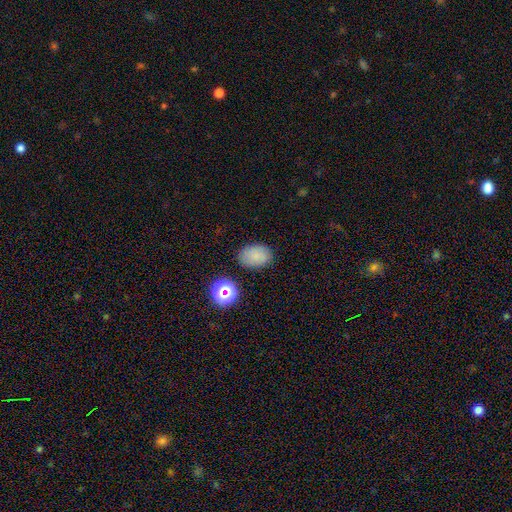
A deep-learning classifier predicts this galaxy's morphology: Overall: smooth (80%). How rounded: in between (79%). Merging: none (83%).